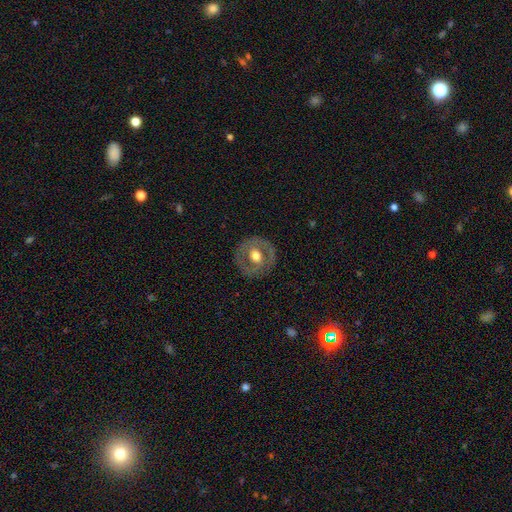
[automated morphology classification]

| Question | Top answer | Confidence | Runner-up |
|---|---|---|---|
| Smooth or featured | featured or disk | 53% | smooth (40%) |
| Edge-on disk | no | 95% | yes (5%) |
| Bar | no | 71% | weak (22%) |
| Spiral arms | no | 83% | yes (17%) |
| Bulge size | moderate | 67% | large (26%) |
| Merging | none | 84% | minor disturbance (10%) |